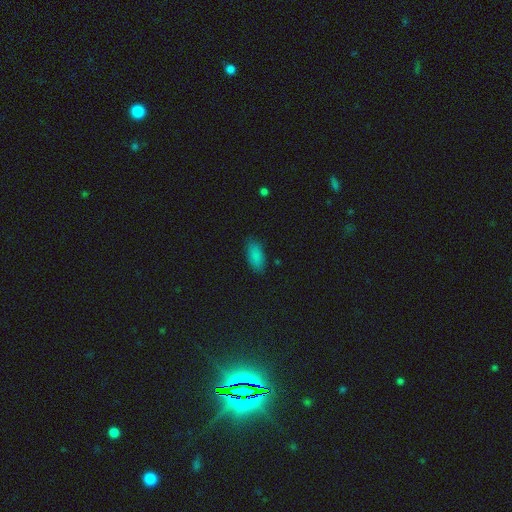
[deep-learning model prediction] The model was most divided on "merging": none: 84%, minor disturbance: 12%, major disturbance: 3%, merger: 1%. More confident: how rounded — in between (87%); smooth or featured — smooth (86%).